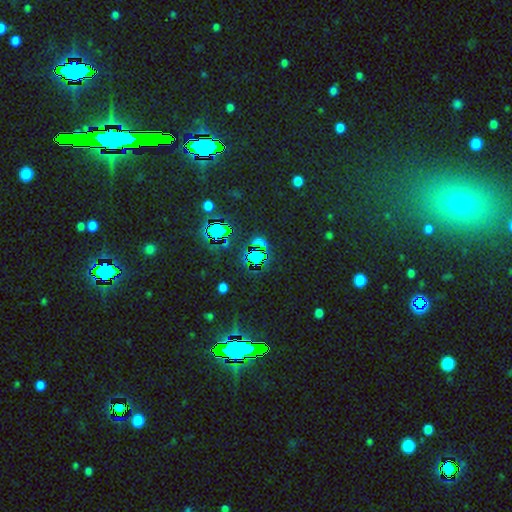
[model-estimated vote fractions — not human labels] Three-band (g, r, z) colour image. It shows a star or artifact, not a galaxy (78%).